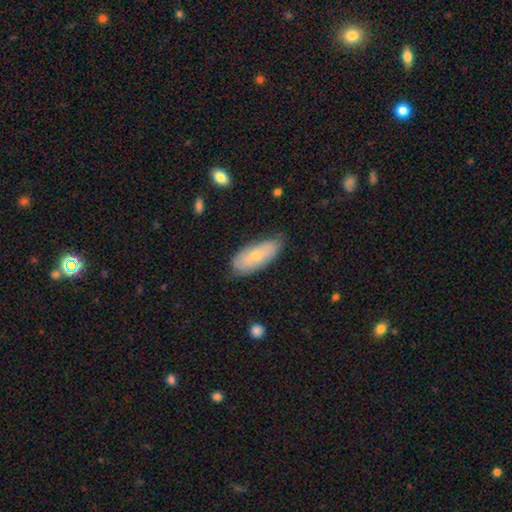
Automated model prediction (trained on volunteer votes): This appears to be a smooth galaxy with no disk features (61%) that is in between round and cigar-shaped (85%). Merging: none (68%).